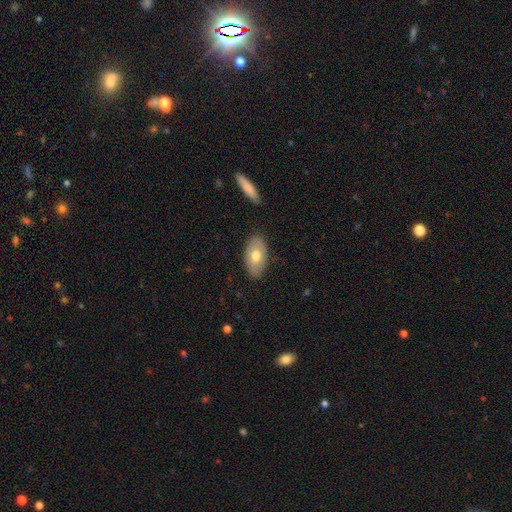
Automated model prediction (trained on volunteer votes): Morphology: type=smooth (66%); roundness=in between (93%); merging=none (83%).